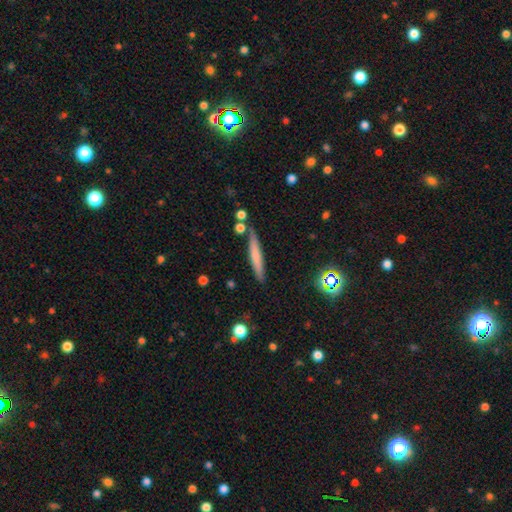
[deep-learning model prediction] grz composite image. It shows a smooth galaxy with no disk features (64%) that is cigar-shaped (94%). Merging: none (82%).